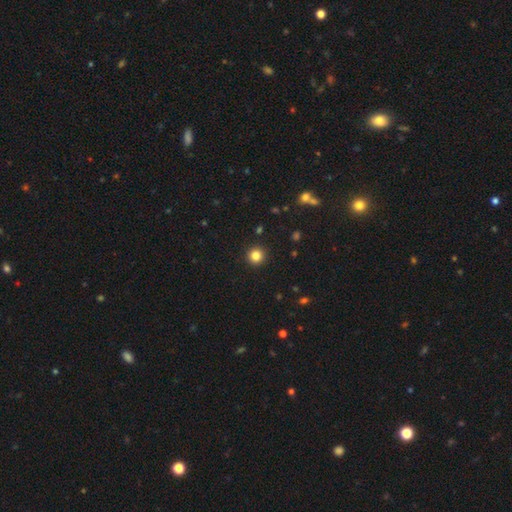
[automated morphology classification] Smooth or featured? Predicted: smooth (p=0.83). How rounded? Predicted: round (p=0.95). Merging? Predicted: none (p=0.93).